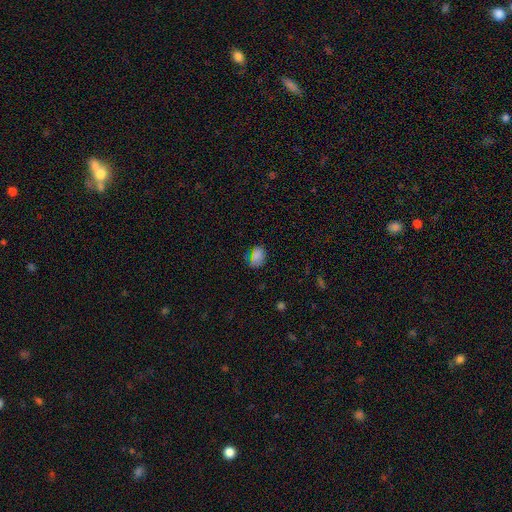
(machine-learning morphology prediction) Smooth or featured: smooth — 70% (star or artifact — 24%)
How rounded: in between — 71% (round — 27%)
Merging: none — 73% (minor disturbance — 19%)